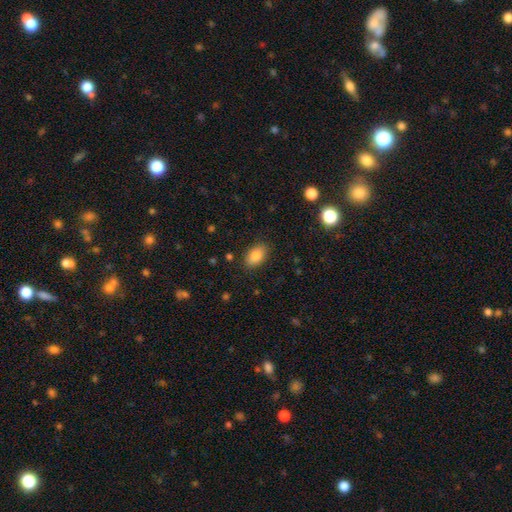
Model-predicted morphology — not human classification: Smooth or featured: smooth — 86% (star or artifact — 8%)
How rounded: in between — 91% (round — 7%)
Merging: none — 86% (minor disturbance — 10%)